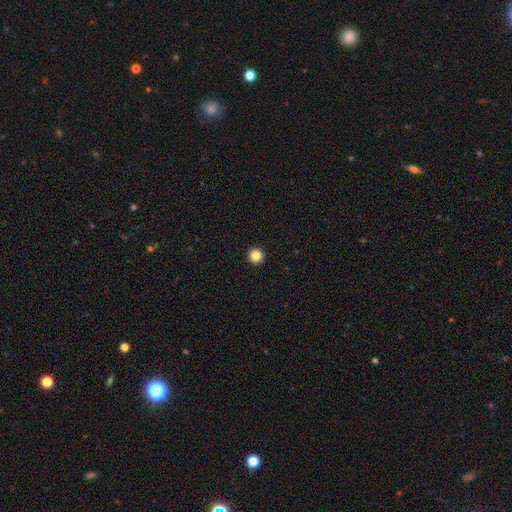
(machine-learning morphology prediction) A smooth galaxy with no disk features (85%) that is round (97%).

Vote fractions:
- Smooth or featured? smooth: 85% / star or artifact: 11% / featured or disk: 4%
- How rounded? round: 97% / in between: 2% / cigar-shaped: 1%
- Merging? none: 95% / minor disturbance: 3% / major disturbance: 1% / merger: 1%